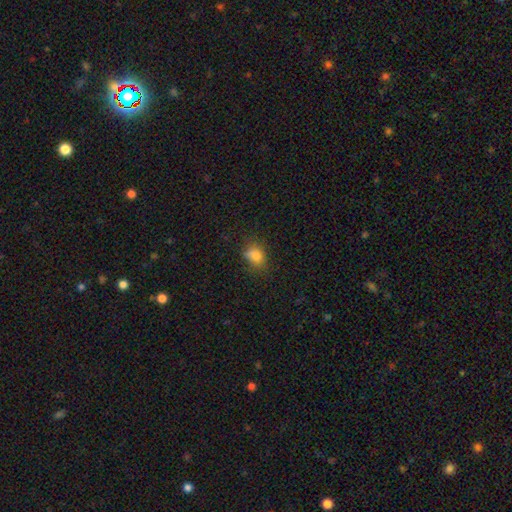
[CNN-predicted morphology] This is likely a smooth galaxy (79%). How rounded: likely in between (62%). Merging: possibly none (60%).